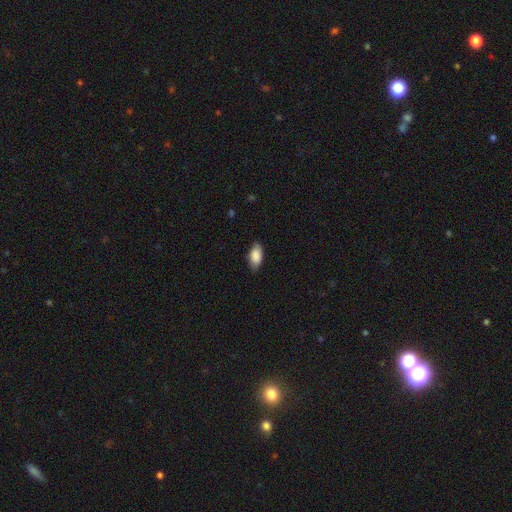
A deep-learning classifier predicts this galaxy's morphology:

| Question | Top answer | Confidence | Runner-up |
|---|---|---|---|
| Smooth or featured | smooth | 86% | featured or disk (7%) |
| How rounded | in between | 91% | cigar-shaped (6%) |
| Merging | none | 81% | minor disturbance (15%) |